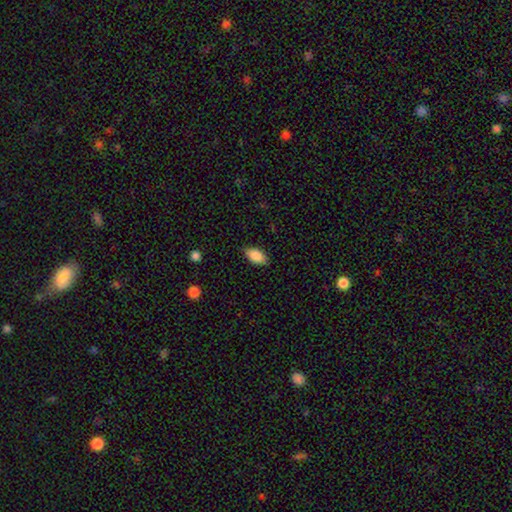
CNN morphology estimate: Smooth or featured: smooth — 85% (featured or disk — 7%)
How rounded: in between — 92% (round — 4%)
Merging: none — 81% (minor disturbance — 16%)